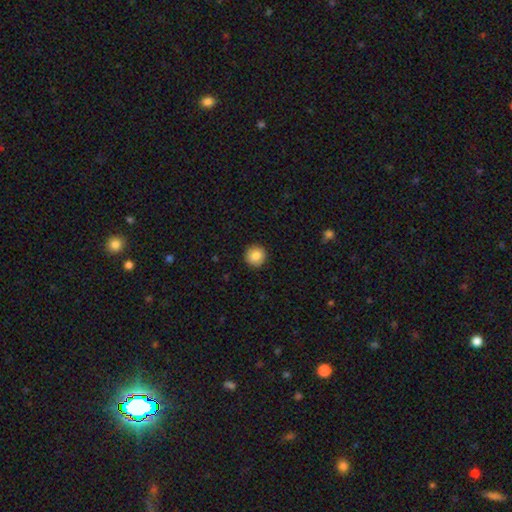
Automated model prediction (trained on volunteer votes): A smooth galaxy with no disk features (85%) that is round (95%). Merging: none (93%).